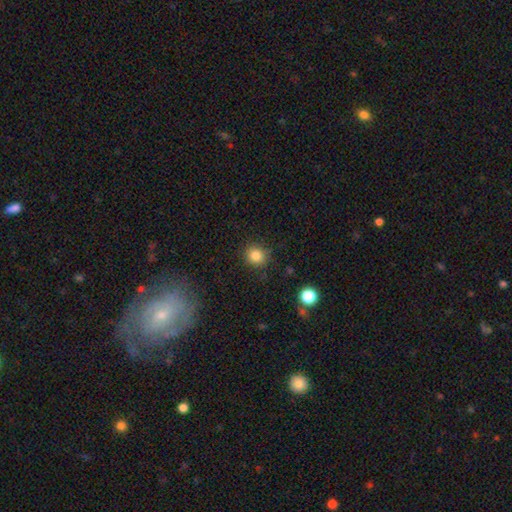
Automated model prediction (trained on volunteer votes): Smooth or featured?
  - smooth: 84% *
  - star or artifact: 11%
  - featured or disk: 5%
How rounded?
  - round: 89% *
  - in between: 10%
  - cigar-shaped: 1%
Merging?
  - none: 88% *
  - minor disturbance: 8%
  - major disturbance: 3%
  - merger: 1%